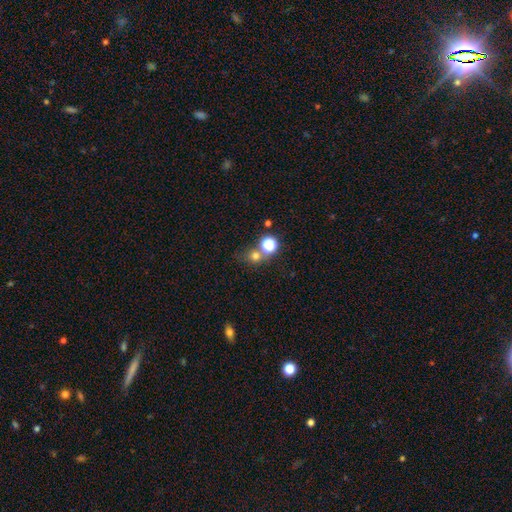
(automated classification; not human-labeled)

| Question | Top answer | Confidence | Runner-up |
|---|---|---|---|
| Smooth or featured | smooth | 69% | star or artifact (22%) |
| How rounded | round | 86% | in between (13%) |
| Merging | none | 58% | merger (29%) |